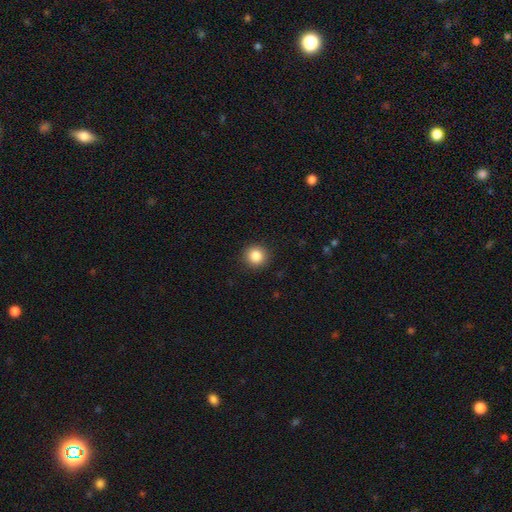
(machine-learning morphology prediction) This is clearly a smooth galaxy (86%). How rounded: clearly round (93%). Merging: clearly none (91%).